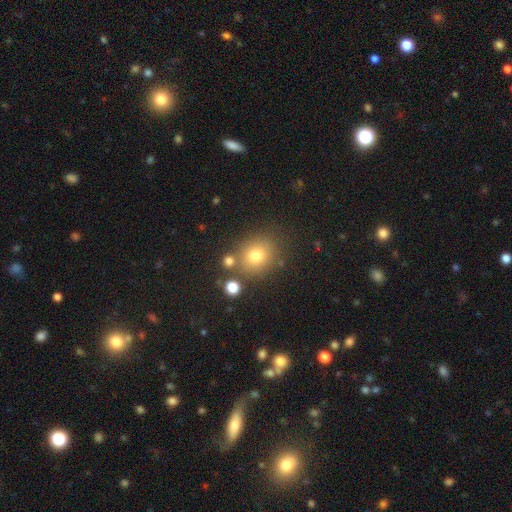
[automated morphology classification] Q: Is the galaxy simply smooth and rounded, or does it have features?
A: smooth — 74%.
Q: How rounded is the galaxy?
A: round — 71%.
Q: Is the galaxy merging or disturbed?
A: none — 76%.